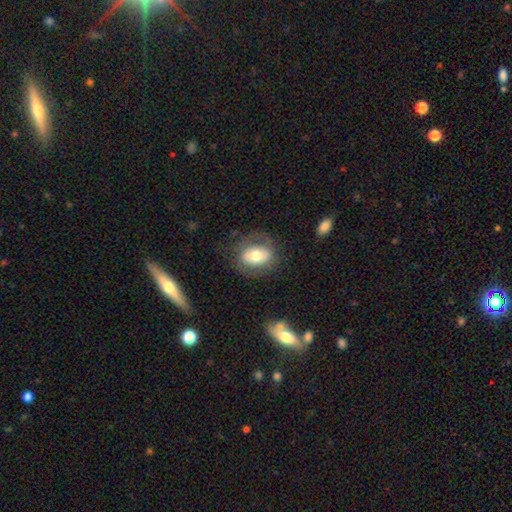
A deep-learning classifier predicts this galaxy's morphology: Overall: smooth (58%; featured or disk 34%). How rounded: in between (64%; round 35%). Merging: none (71%).